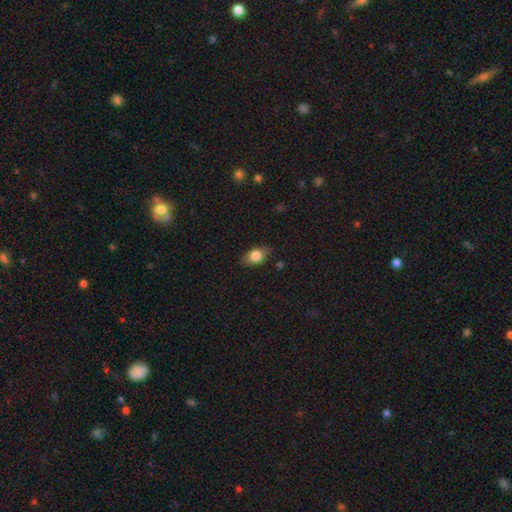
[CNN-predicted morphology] Smooth or featured? smooth (76%)
How rounded? in between (85%)
Merging? none (82%)